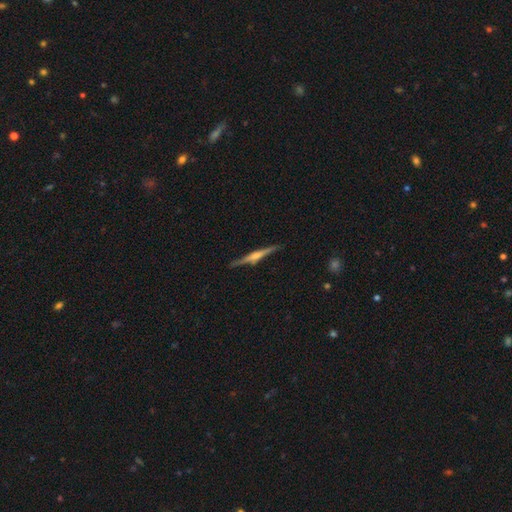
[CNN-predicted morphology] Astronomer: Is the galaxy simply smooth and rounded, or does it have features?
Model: featured or disk — 81%.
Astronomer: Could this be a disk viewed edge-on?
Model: yes — 98%.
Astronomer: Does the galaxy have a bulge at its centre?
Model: rounded — 81%.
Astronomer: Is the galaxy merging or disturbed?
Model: none — 90%.